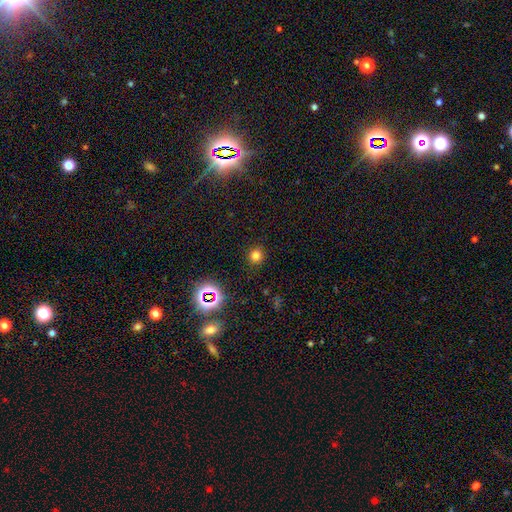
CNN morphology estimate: Q: Smooth or featured?
A: smooth (74%); runner-up: star or artifact (21%)
Q: How rounded?
A: round (88%); runner-up: in between (11%)
Q: Merging?
A: none (89%); runner-up: minor disturbance (7%)